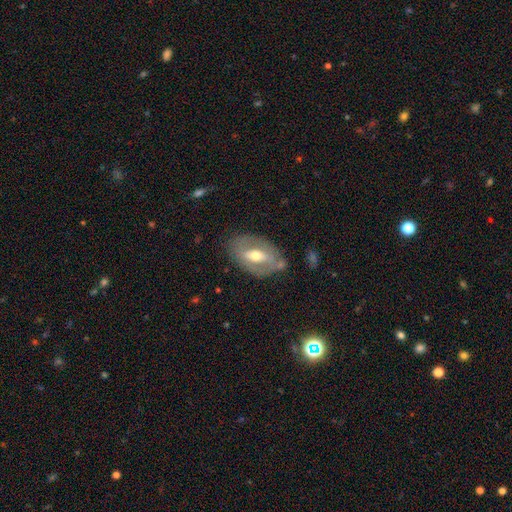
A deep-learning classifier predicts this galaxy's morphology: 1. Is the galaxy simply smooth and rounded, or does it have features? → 59% featured or disk, 34% smooth, 6% star or artifact.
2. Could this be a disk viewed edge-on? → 89% no, 11% yes.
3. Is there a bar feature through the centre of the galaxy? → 36% weak, 33% no, 31% strong.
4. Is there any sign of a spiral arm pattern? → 69% no, 31% yes.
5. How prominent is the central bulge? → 71% moderate, 19% small, 8% large, 1% dominant, 1% none.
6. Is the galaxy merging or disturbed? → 67% none, 20% minor disturbance, 7% major disturbance, 5% merger.